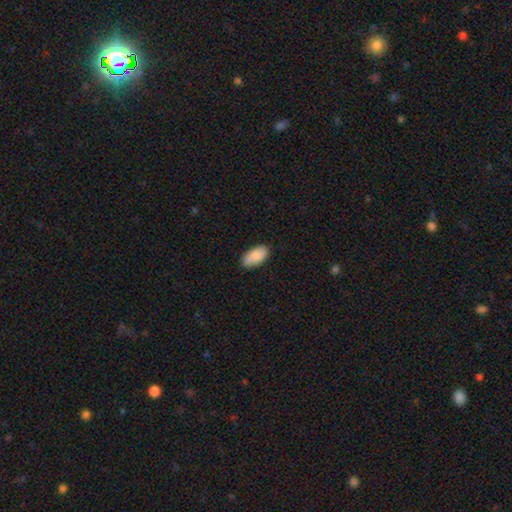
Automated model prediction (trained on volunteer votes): Smooth or featured: smooth — 88% (star or artifact — 6%)
How rounded: in between — 95% (cigar-shaped — 3%)
Merging: none — 81% (minor disturbance — 15%)